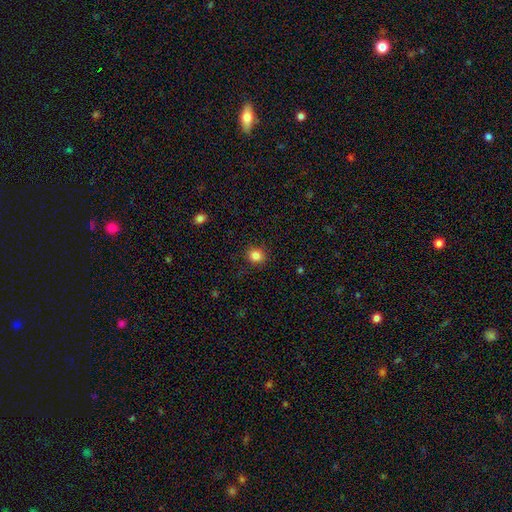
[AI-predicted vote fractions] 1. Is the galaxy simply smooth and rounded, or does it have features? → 85% smooth, 11% star or artifact, 4% featured or disk.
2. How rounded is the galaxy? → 86% round, 13% in between, 1% cigar-shaped.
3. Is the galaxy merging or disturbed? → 89% none, 7% minor disturbance, 2% major disturbance, 1% merger.